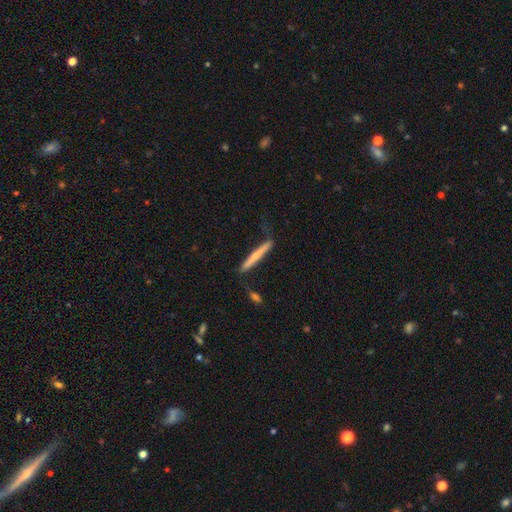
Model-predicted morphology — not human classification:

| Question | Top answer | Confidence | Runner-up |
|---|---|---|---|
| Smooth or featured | smooth | 54% | featured or disk (41%) |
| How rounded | cigar-shaped | 96% | in between (3%) |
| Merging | none | 68% | minor disturbance (21%) |